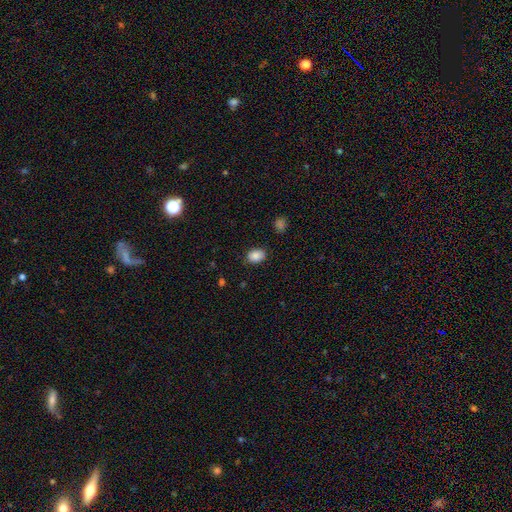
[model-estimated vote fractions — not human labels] This is clearly a smooth galaxy (87%). How rounded: likely in between (67%). Merging: clearly none (84%).